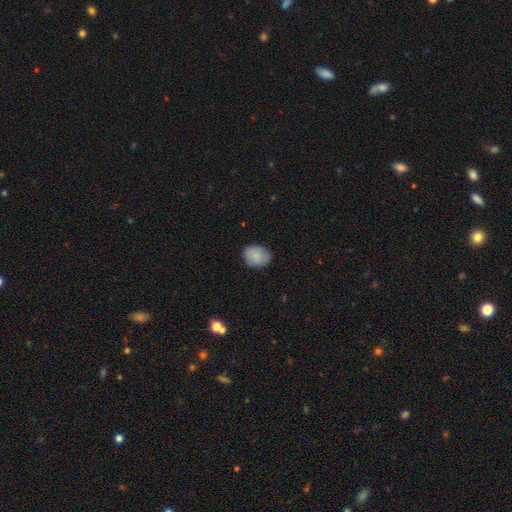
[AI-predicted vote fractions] Smooth or featured? smooth (87%)
How rounded? in between (55%)
Merging? none (83%)